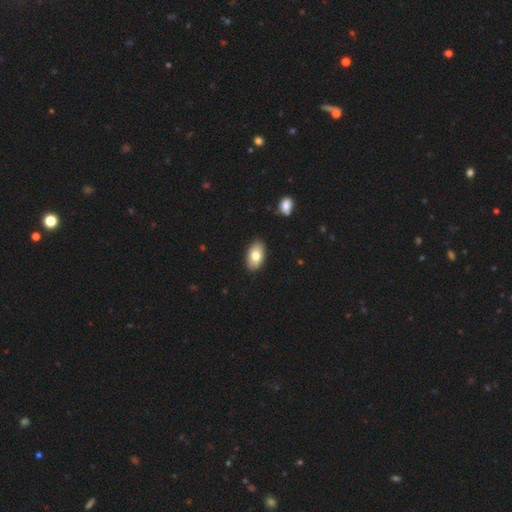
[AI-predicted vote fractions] Q: Smooth or featured?
A: smooth (79%); runner-up: featured or disk (15%)
Q: How rounded?
A: in between (93%); runner-up: round (5%)
Q: Merging?
A: none (89%); runner-up: minor disturbance (8%)